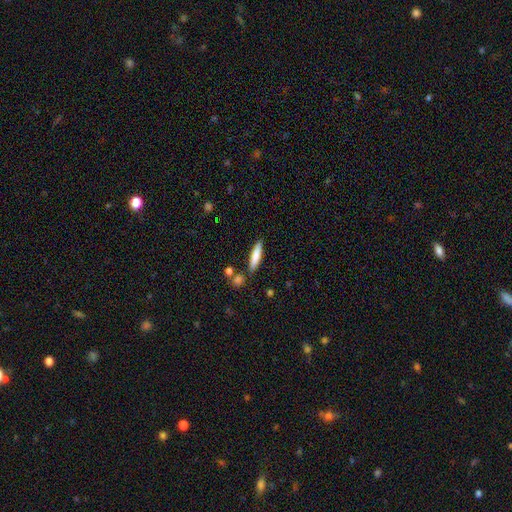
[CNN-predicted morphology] Overall: smooth (76%). How rounded: cigar-shaped (80%). Merging: none (83%).